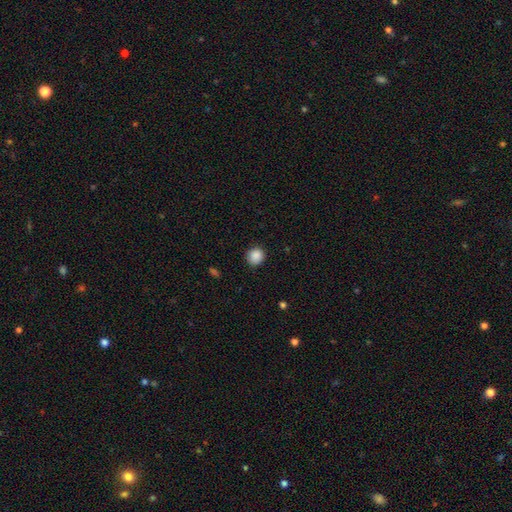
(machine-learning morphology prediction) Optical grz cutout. It shows a smooth galaxy with no disk features (88%) that is round (89%). Merging: none (87%).